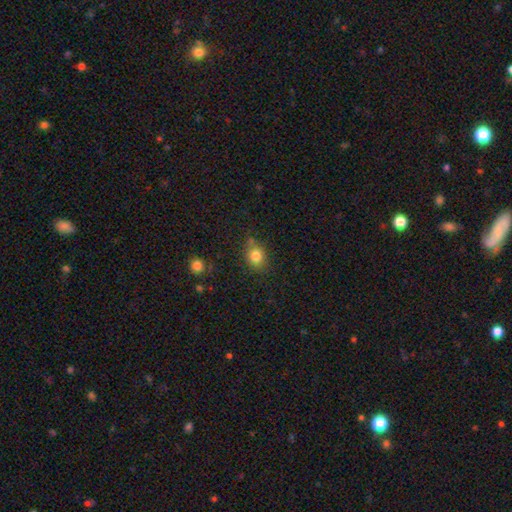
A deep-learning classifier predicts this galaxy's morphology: Smooth or featured?
  - smooth: 82% *
  - star or artifact: 11%
  - featured or disk: 8%
How rounded?
  - in between: 55% *
  - round: 44%
  - cigar-shaped: 1%
Merging?
  - none: 70% *
  - minor disturbance: 21%
  - major disturbance: 5%
  - merger: 4%